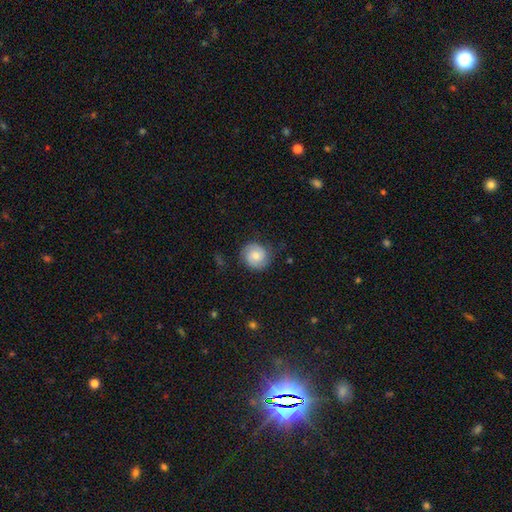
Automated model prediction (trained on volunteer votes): Morphology: type=featured or disk (53%); edge-on=no (98%); bar=no (68%); spiral arms=yes (90%); bulge=moderate (53%); merging=none (79%).